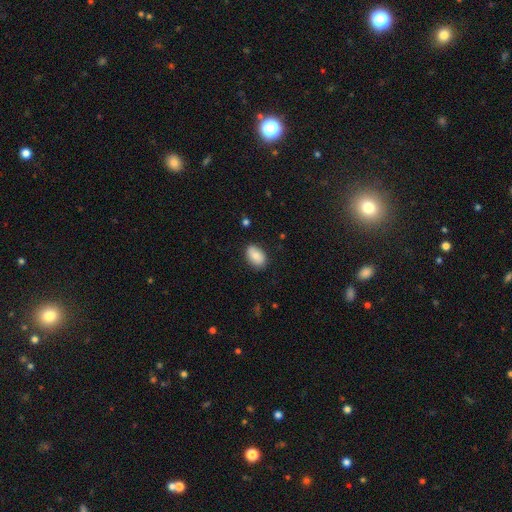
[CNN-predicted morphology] Smooth or featured? smooth (79%)
How rounded? in between (89%)
Merging? none (82%)